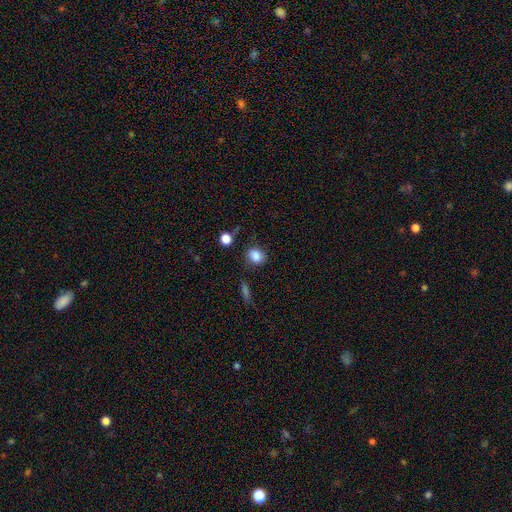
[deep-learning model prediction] Smooth or featured: smooth — 85% (star or artifact — 10%)
How rounded: round — 56% (in between — 43%)
Merging: none — 73% (minor disturbance — 18%)